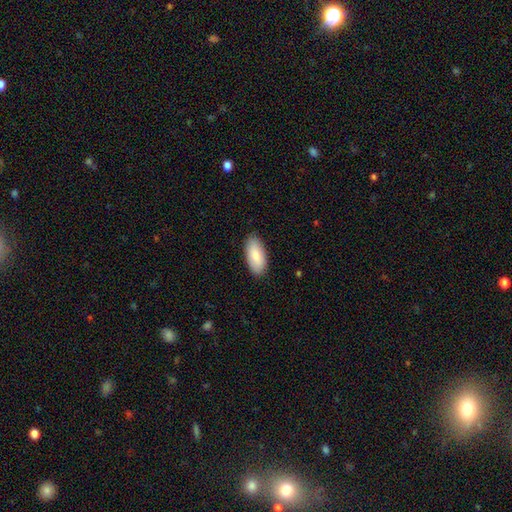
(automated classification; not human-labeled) smooth-or-featured: smooth: 83% | featured or disk: 12% | star or artifact: 5%
  how-rounded: in between: 90% | cigar-shaped: 8% | round: 2%
  merging: none: 87% | minor disturbance: 10% | major disturbance: 2% | merger: 1%